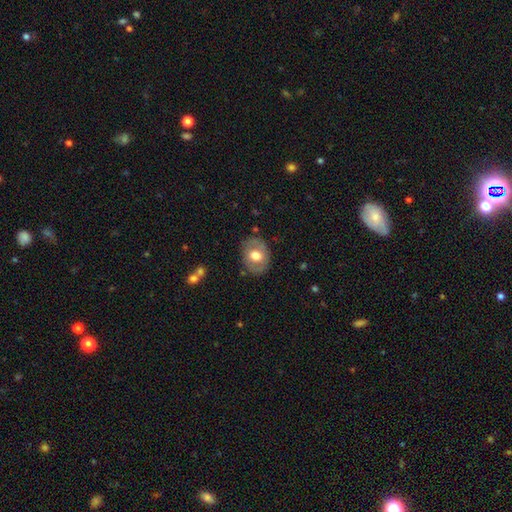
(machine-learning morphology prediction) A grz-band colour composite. It shows a smooth galaxy with no disk features (55%) that is in between round and cigar-shaped (56%). Merging: none (80%).